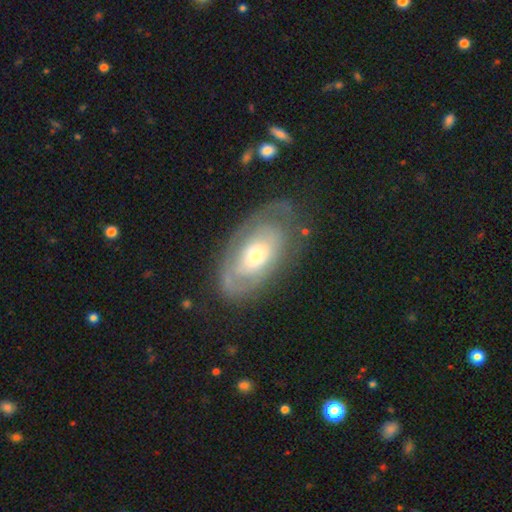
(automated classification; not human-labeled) smooth-or-featured: featured or disk: 64% | smooth: 30% | star or artifact: 6%
  disk-edge-on: no: 92% | yes: 8%
    bar: no: 80% | weak: 15% | strong: 5%
    has-spiral-arms: yes: 57% | no: 43%
    bulge-size: moderate: 48% | small: 36% | large: 12% | dominant: 2% | none: 1%
  merging: none: 65% | minor disturbance: 20% | major disturbance: 13% | merger: 2%